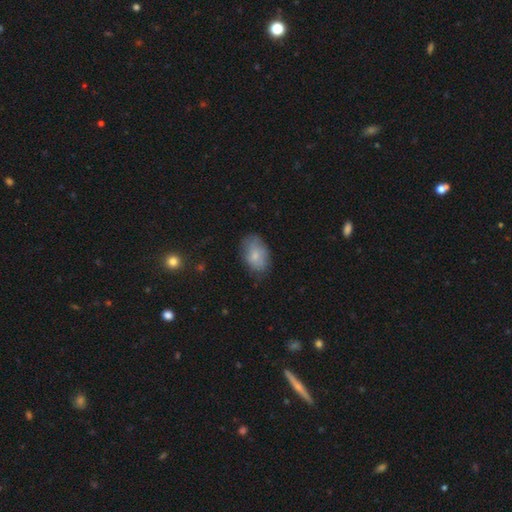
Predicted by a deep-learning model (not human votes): smooth-or-featured: smooth: 75% | featured or disk: 17% | star or artifact: 8%
  how-rounded: in between: 87% | round: 12% | cigar-shaped: 1%
  merging: none: 68% | minor disturbance: 24% | major disturbance: 7% | merger: 1%